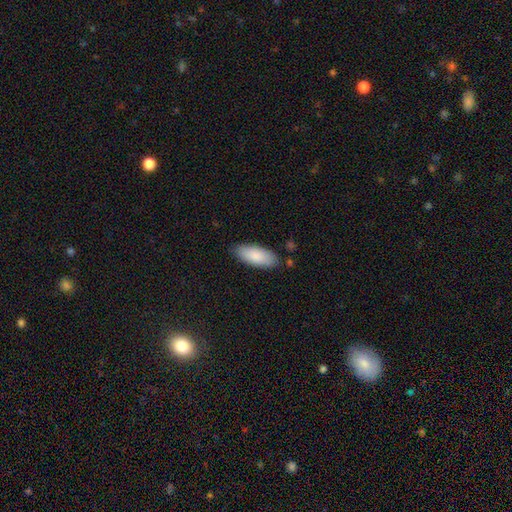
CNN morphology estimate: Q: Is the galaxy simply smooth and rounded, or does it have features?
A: smooth — 86%.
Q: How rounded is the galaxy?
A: in between — 81%.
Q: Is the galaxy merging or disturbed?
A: none — 83%.